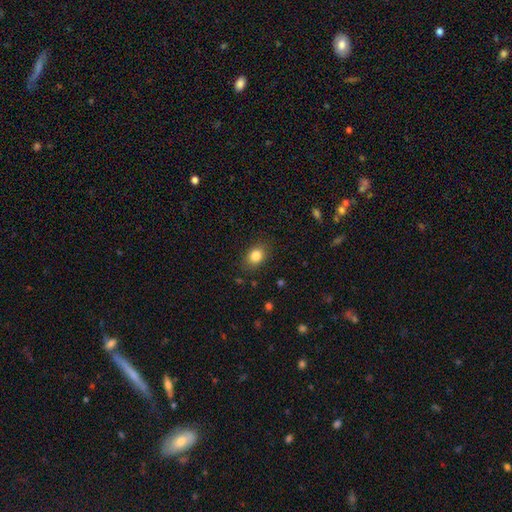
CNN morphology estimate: Q: Smooth or featured?
A: smooth (84%); runner-up: star or artifact (10%)
Q: How rounded?
A: in between (62%); runner-up: round (37%)
Q: Merging?
A: none (84%); runner-up: minor disturbance (11%)